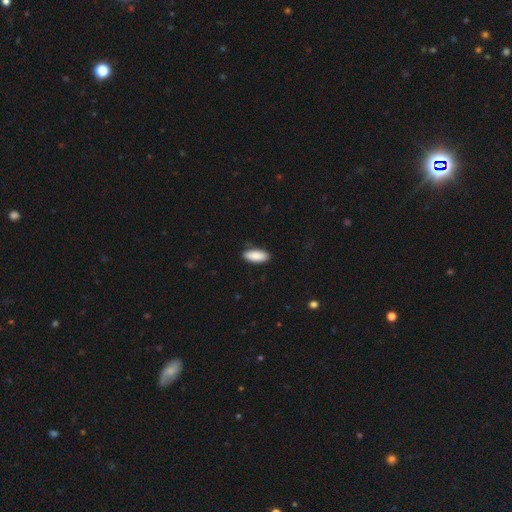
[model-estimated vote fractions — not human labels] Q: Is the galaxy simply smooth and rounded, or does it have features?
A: smooth — 90%.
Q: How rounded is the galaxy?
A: in between — 86%.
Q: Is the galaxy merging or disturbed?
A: none — 86%.